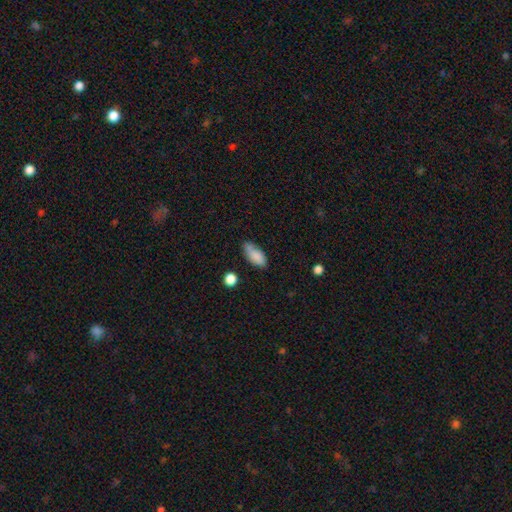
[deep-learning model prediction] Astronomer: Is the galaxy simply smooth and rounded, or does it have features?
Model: smooth — 83%.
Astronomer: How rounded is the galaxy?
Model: in between — 86%.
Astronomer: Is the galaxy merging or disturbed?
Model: none — 63%.